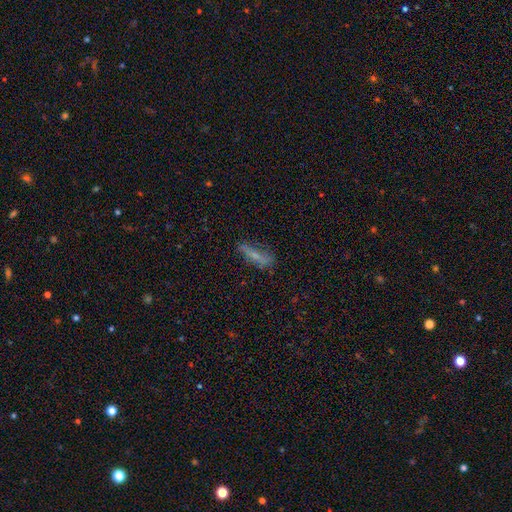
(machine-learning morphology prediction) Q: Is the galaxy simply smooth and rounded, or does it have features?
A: smooth — 55%.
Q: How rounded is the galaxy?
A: cigar-shaped — 64%.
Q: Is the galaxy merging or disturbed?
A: none — 59%.